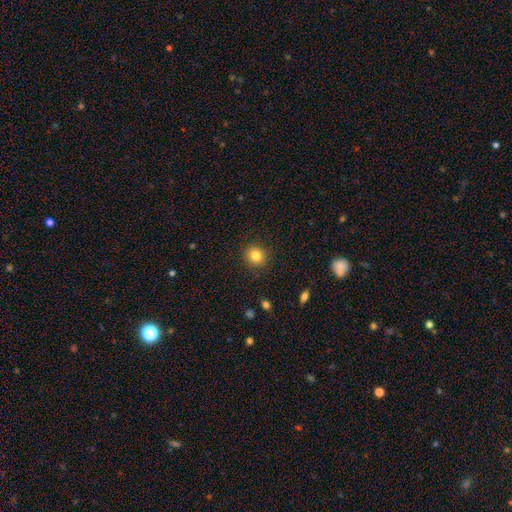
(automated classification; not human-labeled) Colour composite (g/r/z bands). It shows a smooth galaxy with no disk features (82%) that is round (87%). Merging: none (90%).